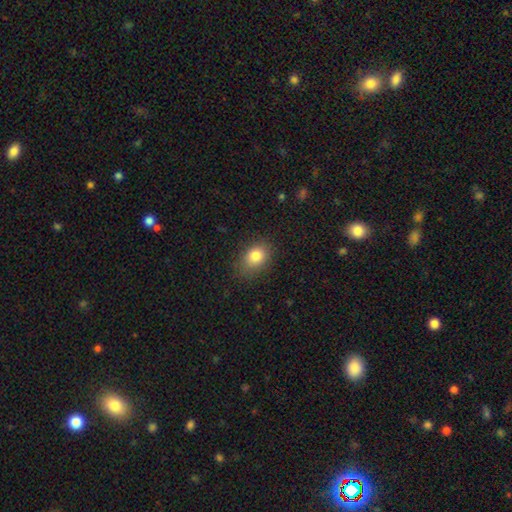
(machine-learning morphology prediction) smooth 82%, star or artifact 11%, featured or disk 8%. Down the decision tree: how rounded — in between (63%); merging — none (80%).